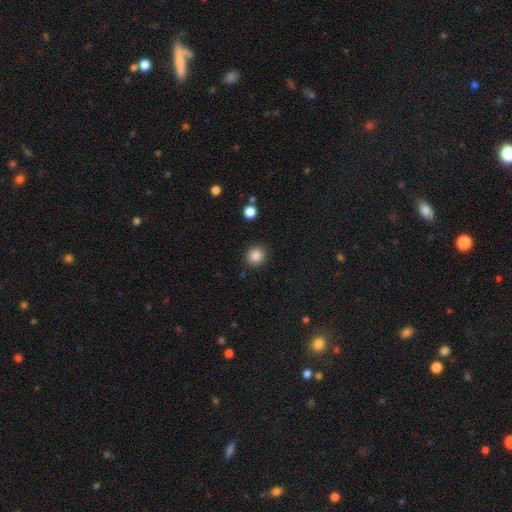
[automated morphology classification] This is clearly a smooth galaxy (85%). How rounded: clearly round (91%). Merging: clearly none (90%).